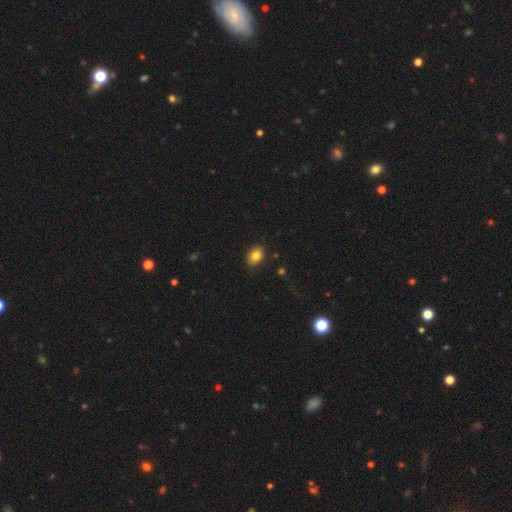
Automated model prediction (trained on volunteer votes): Smooth or featured? smooth (84%)
How rounded? in between (77%)
Merging? none (87%)